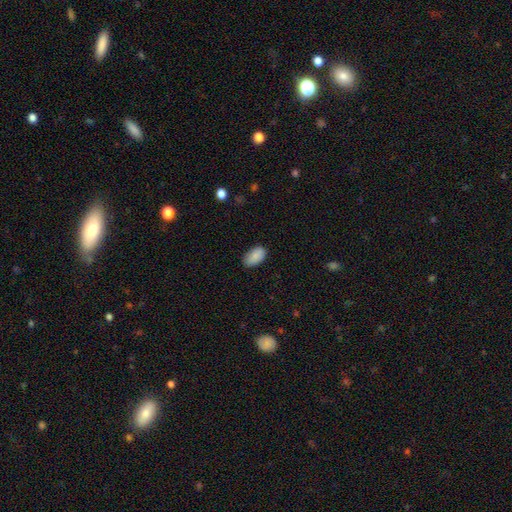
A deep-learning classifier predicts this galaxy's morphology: smooth-or-featured: smooth: 88% | star or artifact: 7% | featured or disk: 6%
  how-rounded: in between: 94% | round: 4% | cigar-shaped: 2%
  merging: none: 82% | minor disturbance: 14% | major disturbance: 3% | merger: 1%